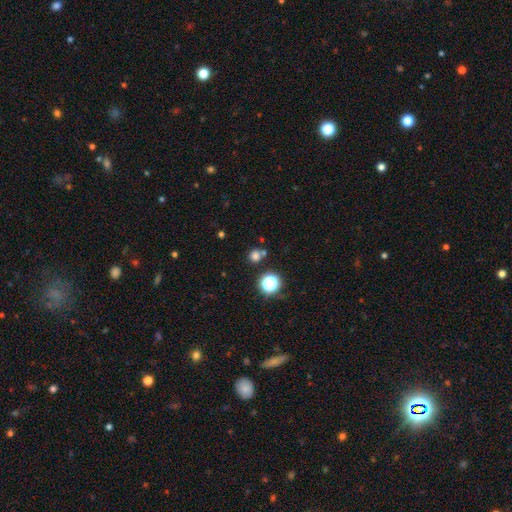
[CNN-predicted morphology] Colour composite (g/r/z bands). It shows a smooth galaxy with no disk features (70%) that is round (89%). Merging: none (72%).